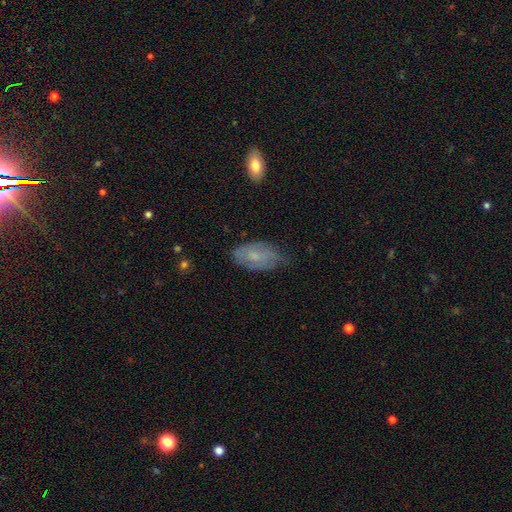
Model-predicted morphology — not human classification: smooth 52%, featured or disk 40%, star or artifact 8%. Down the decision tree: how rounded — in between (92%); merging — none (54%).